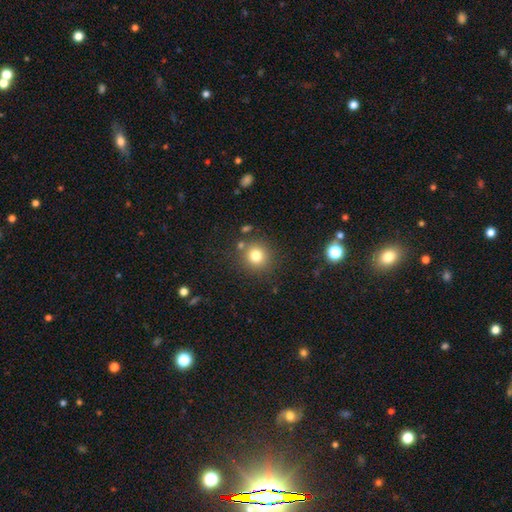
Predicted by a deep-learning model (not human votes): The model was most divided on "smooth or featured": smooth: 79%, star or artifact: 14%, featured or disk: 8%. More confident: how rounded — round (92%); merging — none (82%).